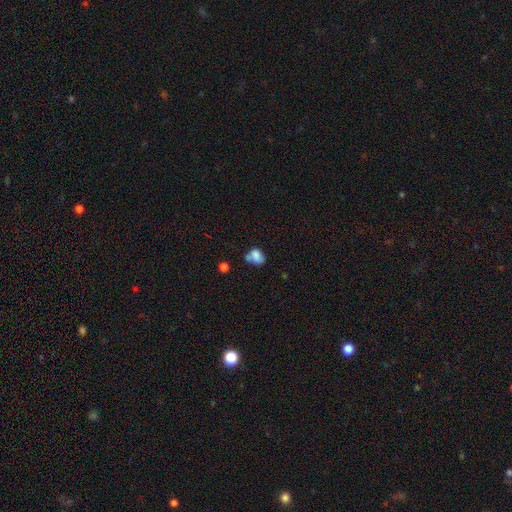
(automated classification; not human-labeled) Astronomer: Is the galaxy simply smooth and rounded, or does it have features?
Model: smooth — 74%.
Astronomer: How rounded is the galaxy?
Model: in between — 68%.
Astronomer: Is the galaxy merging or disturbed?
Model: none — 32% (runner-up: merger, 27%).